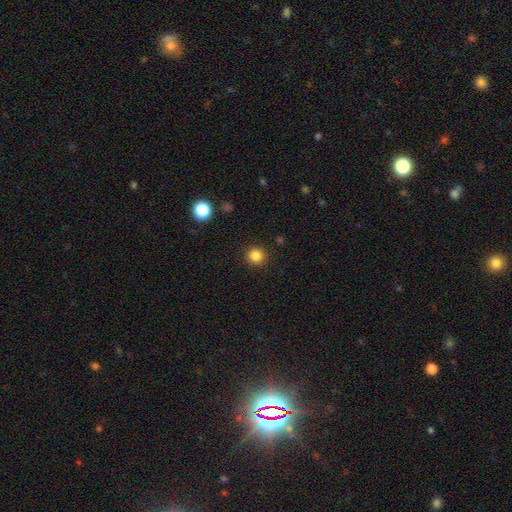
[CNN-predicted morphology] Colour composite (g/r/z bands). It shows a smooth galaxy with no disk features (84%) that is round (93%). Merging: none (91%).